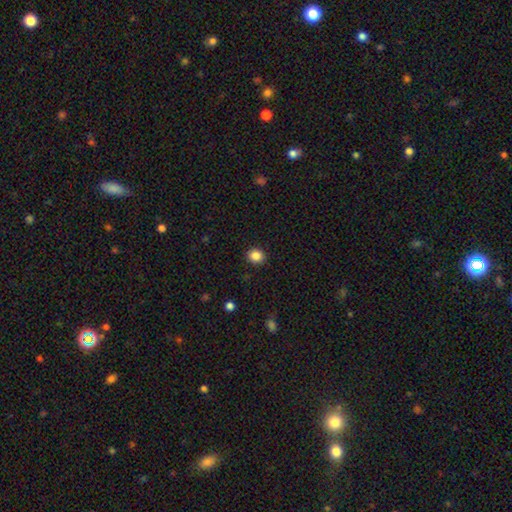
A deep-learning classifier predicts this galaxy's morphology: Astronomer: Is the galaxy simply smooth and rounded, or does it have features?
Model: smooth — 86%.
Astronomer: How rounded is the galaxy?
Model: round — 81%.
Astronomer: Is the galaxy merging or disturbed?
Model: none — 91%.